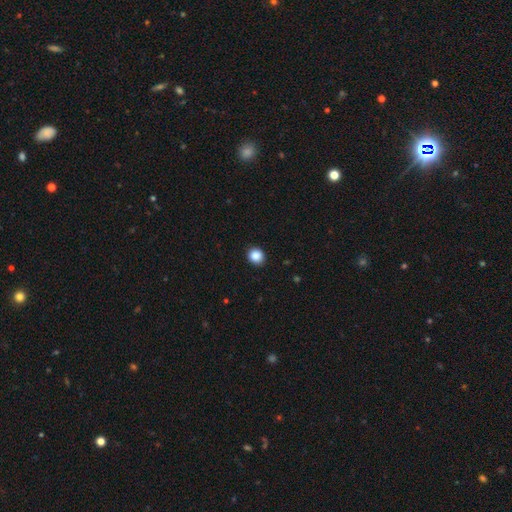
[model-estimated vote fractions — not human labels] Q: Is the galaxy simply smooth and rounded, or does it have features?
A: smooth — 87%.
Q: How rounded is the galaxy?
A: round — 86%.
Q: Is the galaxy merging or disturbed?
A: none — 92%.